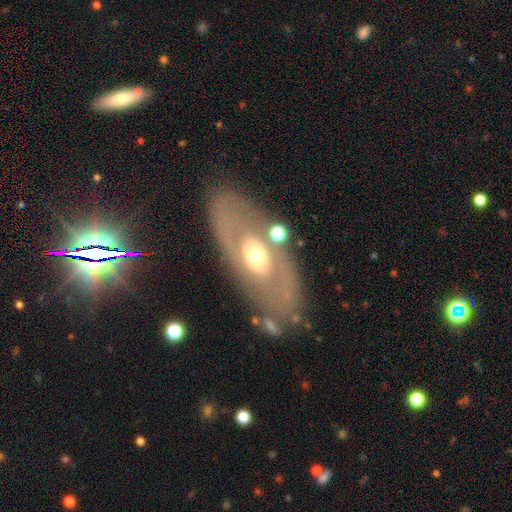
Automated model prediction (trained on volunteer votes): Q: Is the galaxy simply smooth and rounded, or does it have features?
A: featured or disk — 69%.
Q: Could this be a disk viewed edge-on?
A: no — 88%.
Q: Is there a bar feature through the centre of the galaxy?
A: no — 83%.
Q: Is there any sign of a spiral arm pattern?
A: no — 67%.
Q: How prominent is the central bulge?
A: moderate — 67%.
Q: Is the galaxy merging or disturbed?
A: none — 77%.